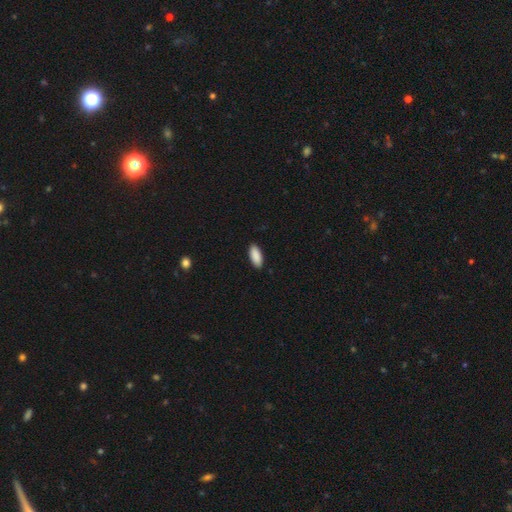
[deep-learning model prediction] Morphology: type=smooth (91%); roundness=in between (86%); merging=none (89%).